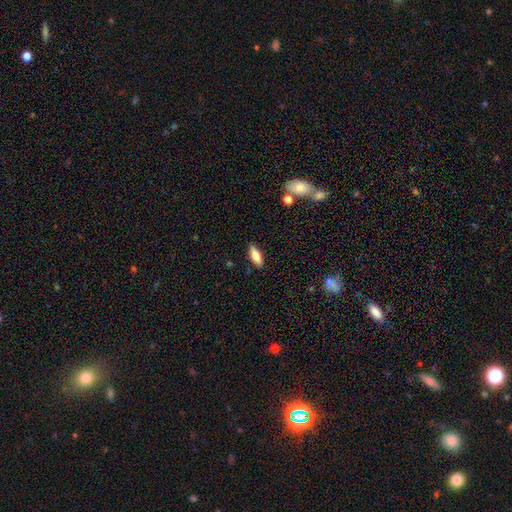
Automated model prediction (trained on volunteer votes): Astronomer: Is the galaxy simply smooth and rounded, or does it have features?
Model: smooth — 76%.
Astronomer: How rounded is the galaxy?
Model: in between — 63%.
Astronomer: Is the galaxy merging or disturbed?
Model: none — 87%.